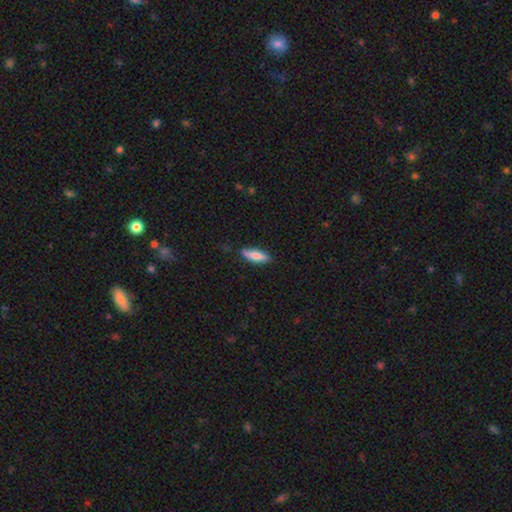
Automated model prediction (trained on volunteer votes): A smooth galaxy with no disk features (73%) that is cigar-shaped (52%). Merging: none (82%).